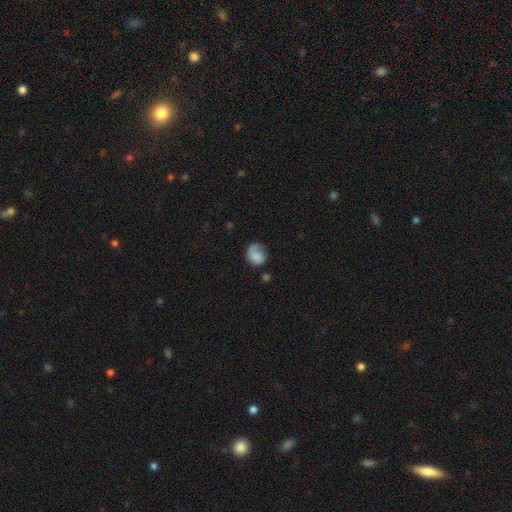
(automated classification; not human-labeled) Smooth or featured?
  - smooth: 68% *
  - featured or disk: 24%
  - star or artifact: 8%
How rounded?
  - round: 71% *
  - in between: 28%
  - cigar-shaped: 1%
Merging?
  - none: 50% *
  - minor disturbance: 27%
  - major disturbance: 19%
  - merger: 4%